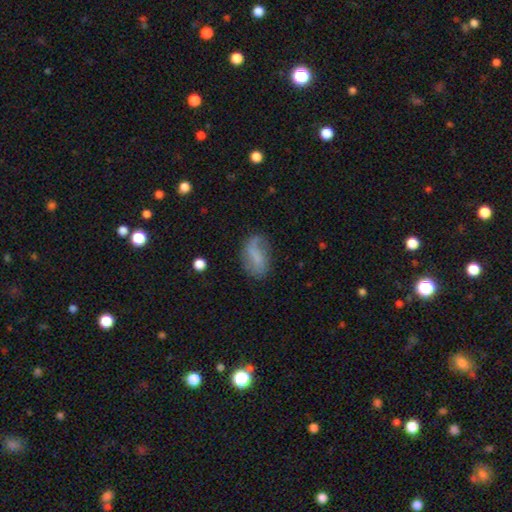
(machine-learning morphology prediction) Smooth or featured?
  - smooth: 52% *
  - featured or disk: 39%
  - star or artifact: 10%
How rounded?
  - in between: 87% *
  - round: 8%
  - cigar-shaped: 4%
Merging?
  - none: 55% *
  - minor disturbance: 28%
  - major disturbance: 14%
  - merger: 3%